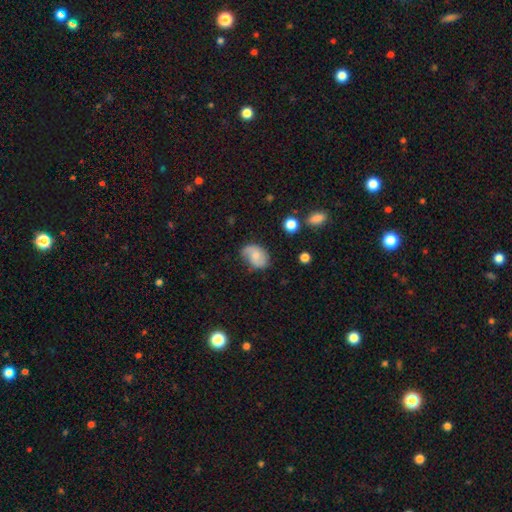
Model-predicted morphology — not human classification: A featured or disk galaxy (46%, tied with smooth). Merging: none (56%).